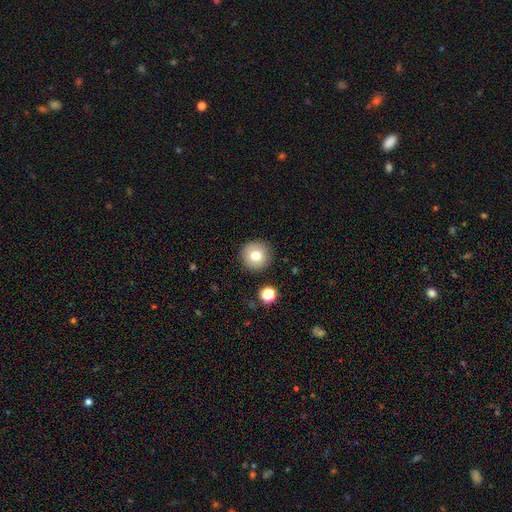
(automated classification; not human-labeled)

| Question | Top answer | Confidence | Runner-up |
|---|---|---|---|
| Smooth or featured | smooth | 77% | featured or disk (12%) |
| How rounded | round | 95% | in between (4%) |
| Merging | none | 90% | minor disturbance (6%) |